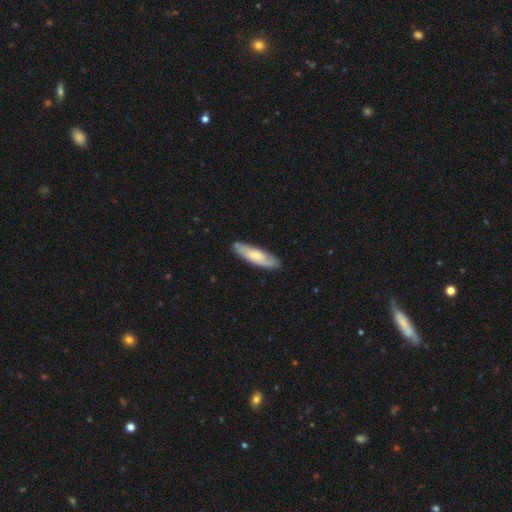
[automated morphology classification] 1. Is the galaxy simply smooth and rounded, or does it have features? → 55% smooth, 39% featured or disk, 5% star or artifact.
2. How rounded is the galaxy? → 61% cigar-shaped, 38% in between, 2% round.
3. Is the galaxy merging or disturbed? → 81% none, 14% minor disturbance, 3% major disturbance, 2% merger.